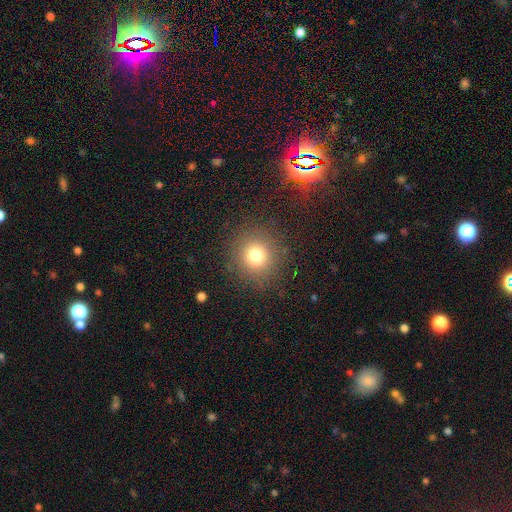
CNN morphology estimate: A smooth galaxy with no disk features (76%) that is round (92%). Merging: none (87%).